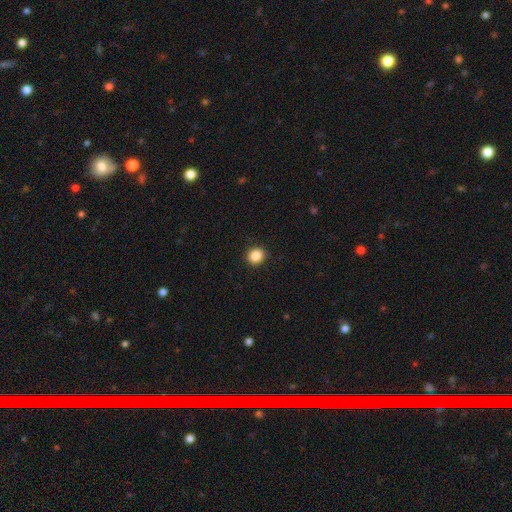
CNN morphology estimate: type=smooth (87%); roundness=round (86%); merging=none (91%).